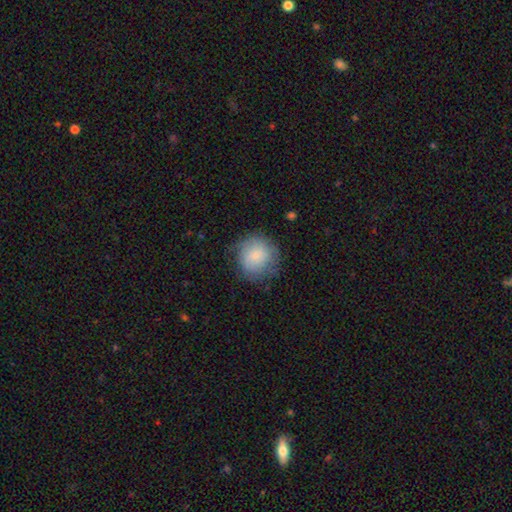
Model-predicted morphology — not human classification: This is likely a smooth galaxy (74%). How rounded: clearly round (91%). Merging: likely none (69%).